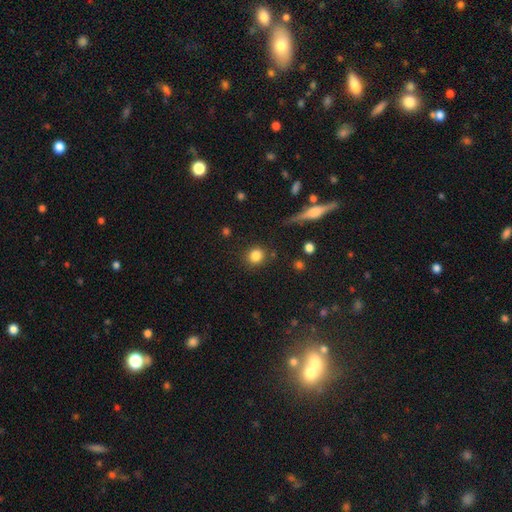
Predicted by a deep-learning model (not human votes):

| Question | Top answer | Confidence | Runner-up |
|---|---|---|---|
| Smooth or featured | smooth | 84% | star or artifact (11%) |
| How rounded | round | 85% | in between (14%) |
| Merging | none | 86% | minor disturbance (8%) |